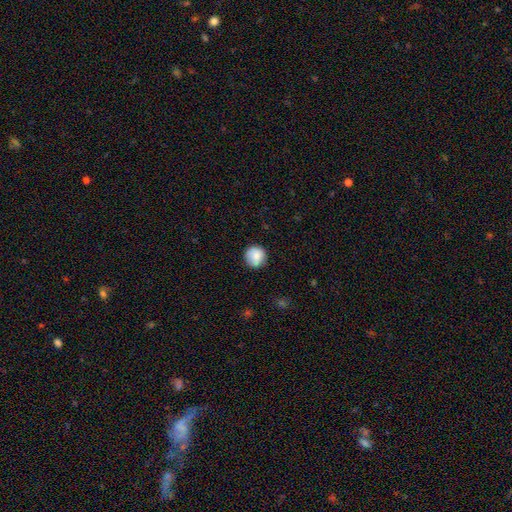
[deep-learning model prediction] Overall: smooth (84%). How rounded: round (93%). Merging: none (86%).